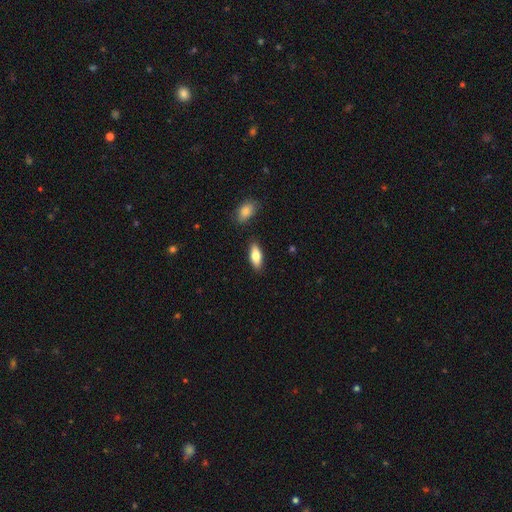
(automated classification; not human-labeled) This appears to be a smooth galaxy with no disk features (78%) that is in between round and cigar-shaped (79%). Merging: none (86%).